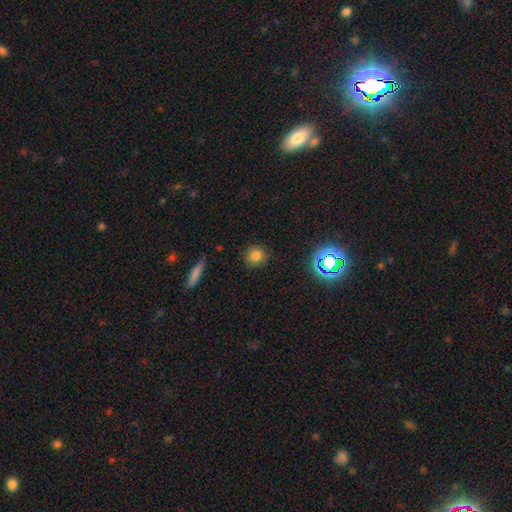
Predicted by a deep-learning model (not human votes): smooth 77%, star or artifact 16%, featured or disk 7%. Down the decision tree: how rounded — round (88%); merging — none (88%).